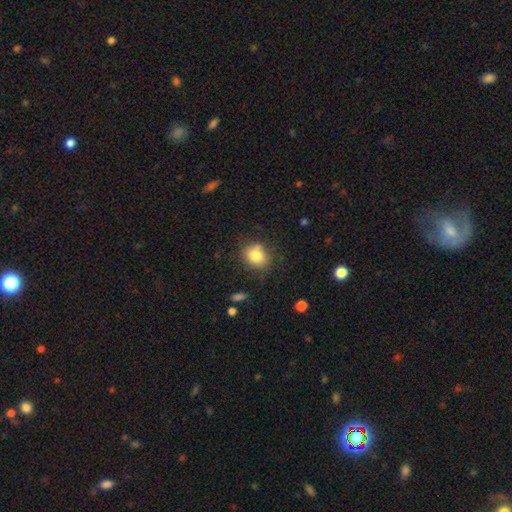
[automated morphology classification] smooth-or-featured: smooth: 82% | star or artifact: 10% | featured or disk: 9%
  how-rounded: round: 65% | in between: 34% | cigar-shaped: 1%
  merging: none: 76% | minor disturbance: 16% | major disturbance: 4% | merger: 3%